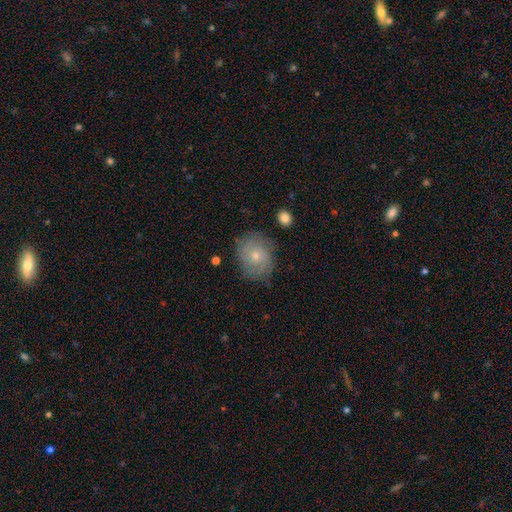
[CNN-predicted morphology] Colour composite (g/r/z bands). It shows a smooth galaxy with no disk features (53%) that is round (56%). Merging: none (73%).